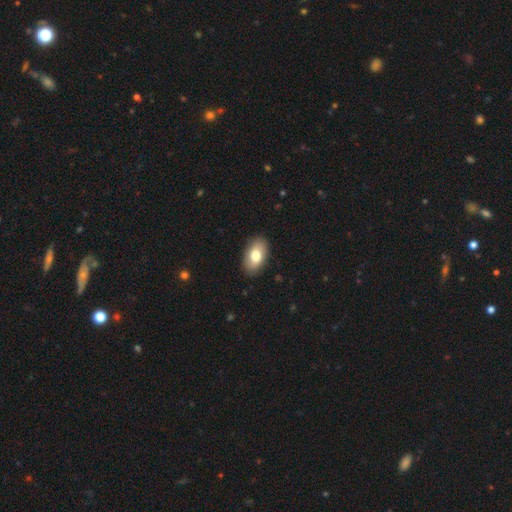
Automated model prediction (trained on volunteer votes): Smooth or featured? Predicted: smooth (p=0.77). How rounded? Predicted: in between (p=0.94). Merging? Predicted: none (p=0.89).